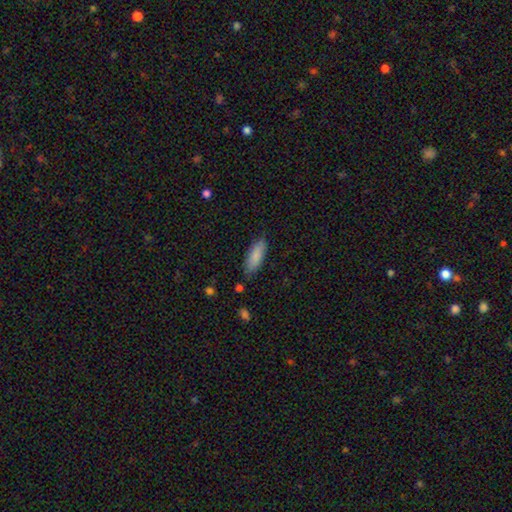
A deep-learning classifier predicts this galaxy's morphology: This appears to be a smooth galaxy with no disk features (86%) that is in between round and cigar-shaped (67%). Merging: none (80%).